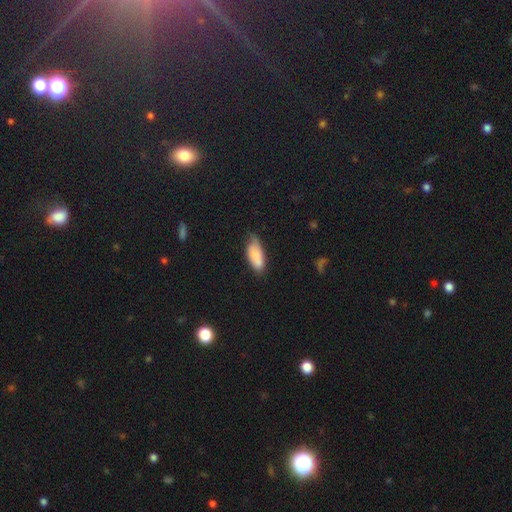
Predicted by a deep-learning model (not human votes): smooth 81%, featured or disk 12%, star or artifact 7%. Down the decision tree: how rounded — in between (83%); merging — none (52%).